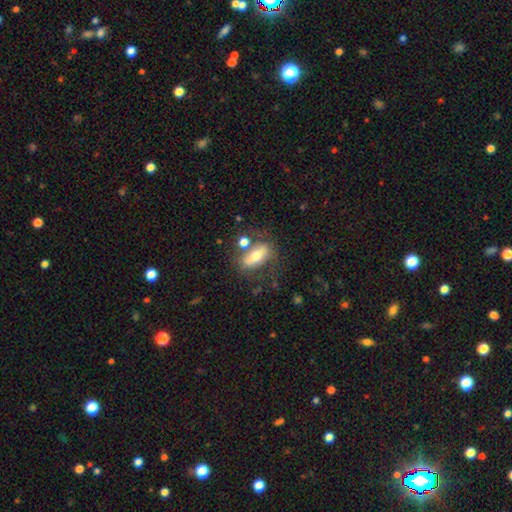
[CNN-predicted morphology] smooth_or_featured: smooth (p=0.51) [alt: featured or disk p=0.41]
how_rounded: in between (p=0.75) [alt: cigar-shaped p=0.17]
merging: none (p=0.57) [alt: minor disturbance p=0.17]